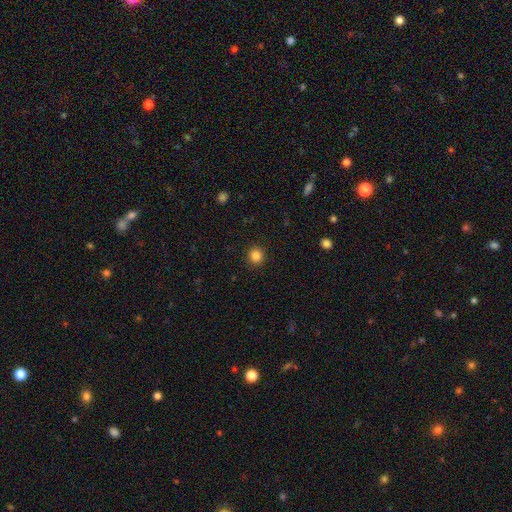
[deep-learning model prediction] smooth 85%, star or artifact 12%, featured or disk 3%. Down the decision tree: how rounded — round (93%); merging — none (92%).